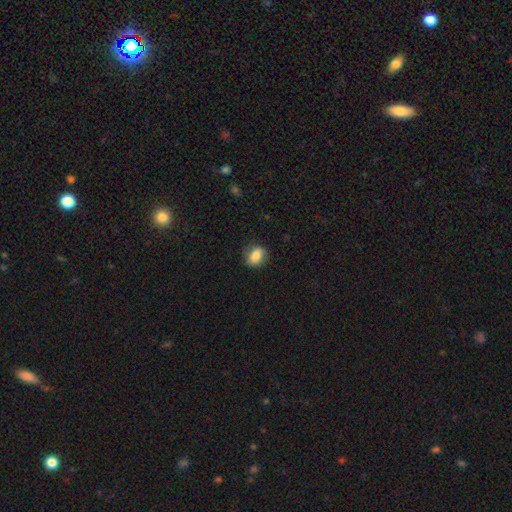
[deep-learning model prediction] Smooth or featured? Predicted: smooth (p=0.83). How rounded? Predicted: in between (p=0.60). Merging? Predicted: none (p=0.76).